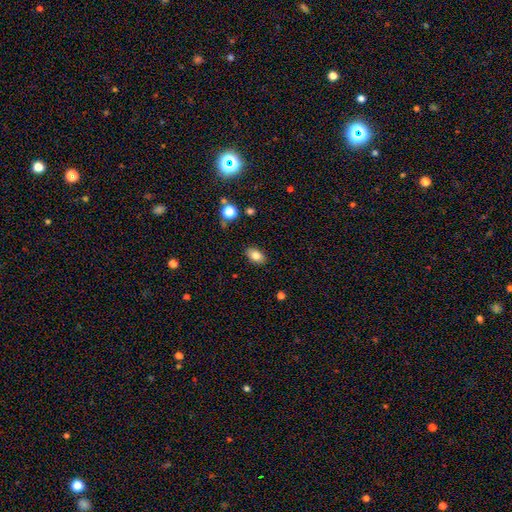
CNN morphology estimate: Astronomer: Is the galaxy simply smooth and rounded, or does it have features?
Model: smooth — 81%.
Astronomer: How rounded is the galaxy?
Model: in between — 88%.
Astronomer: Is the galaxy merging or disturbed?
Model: none — 86%.